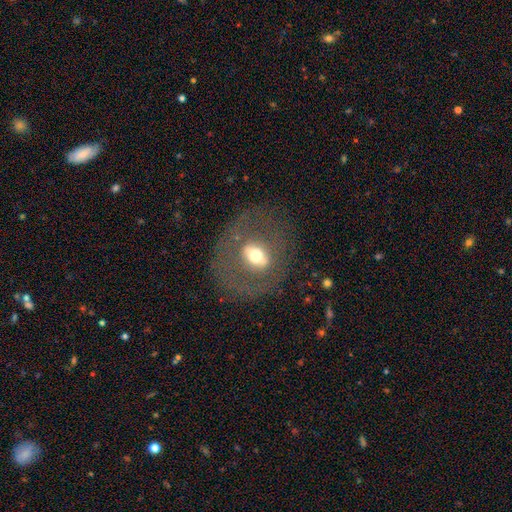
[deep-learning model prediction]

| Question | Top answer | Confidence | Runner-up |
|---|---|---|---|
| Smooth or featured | featured or disk | 55% | smooth (35%) |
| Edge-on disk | no | 86% | yes (14%) |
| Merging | none | 72% | major disturbance (13%) |